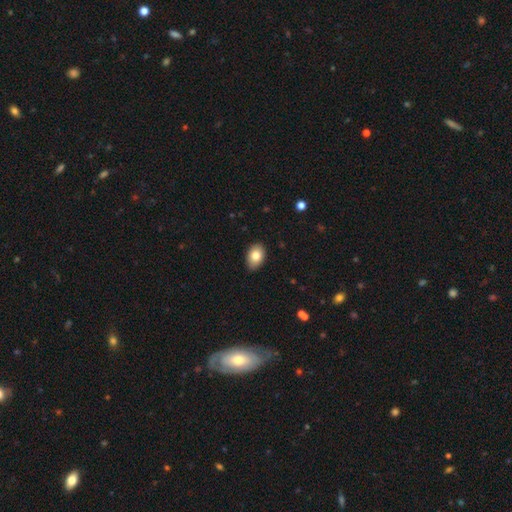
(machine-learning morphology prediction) A smooth galaxy with no disk features (81%) that is in between round and cigar-shaped (85%).

Vote fractions:
- Smooth or featured? smooth: 81% / featured or disk: 11% / star or artifact: 8%
- How rounded? in between: 85% / round: 14% / cigar-shaped: 1%
- Merging? none: 83% / minor disturbance: 14% / major disturbance: 2% / merger: 1%